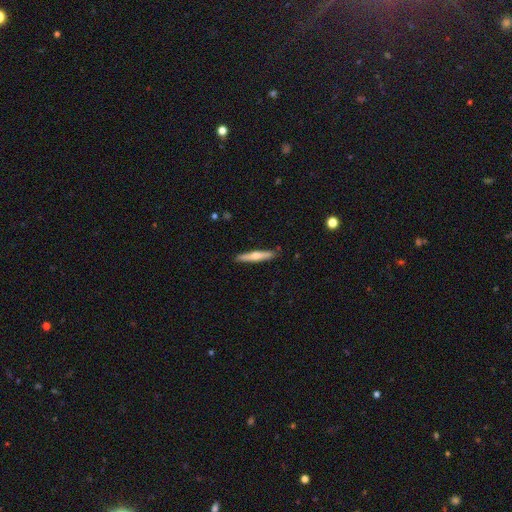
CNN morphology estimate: Smooth or featured? Predicted: featured or disk (p=0.48). Merging? Predicted: none (p=0.90).